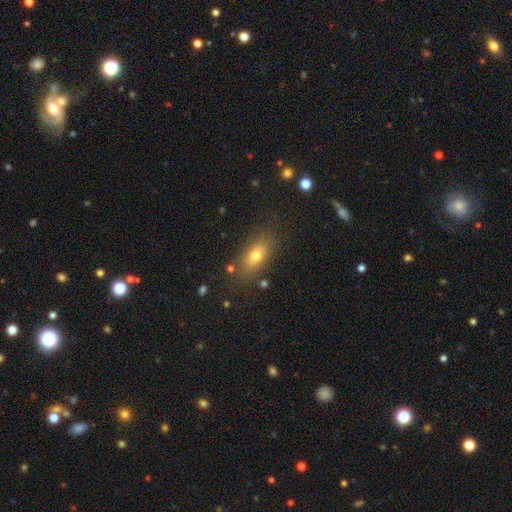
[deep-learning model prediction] This appears to be a smooth galaxy with no disk features (73%) that is in between round and cigar-shaped (78%). Merging: none (81%).